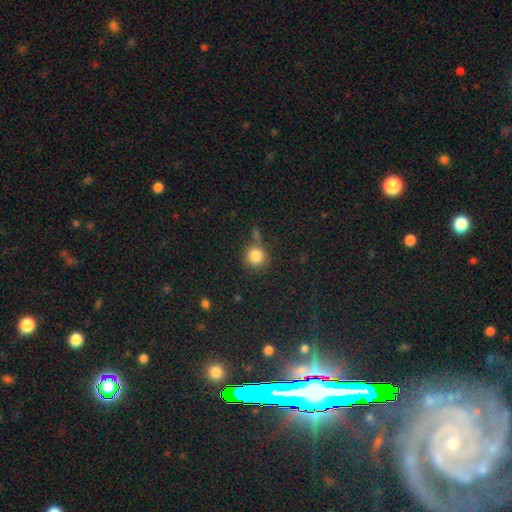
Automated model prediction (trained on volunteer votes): smooth 83%, star or artifact 11%, featured or disk 6%. Down the decision tree: how rounded — round (92%); merging — none (67%).